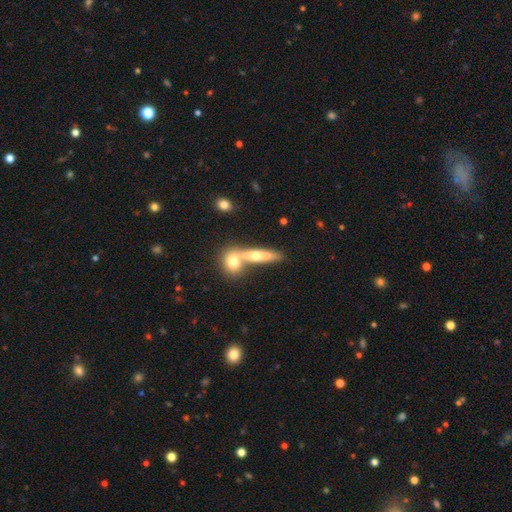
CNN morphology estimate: This appears to be a smooth galaxy with no disk features (48%). Merging: merger (52%).